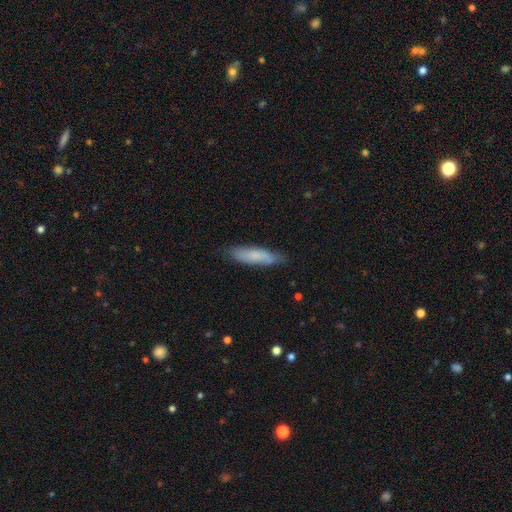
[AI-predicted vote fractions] Q: Smooth or featured?
A: smooth (71%); runner-up: featured or disk (23%)
Q: How rounded?
A: cigar-shaped (72%); runner-up: in between (27%)
Q: Merging?
A: none (79%); runner-up: minor disturbance (17%)